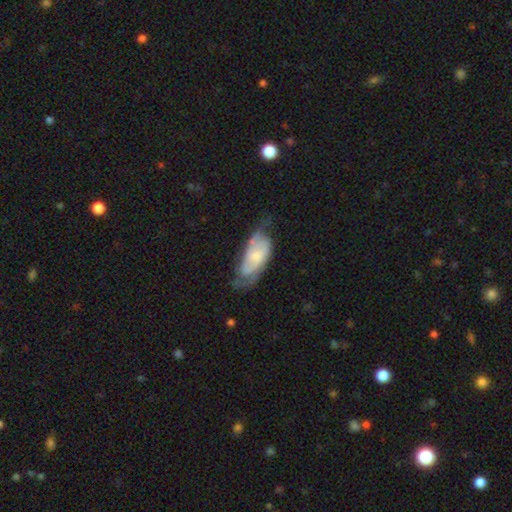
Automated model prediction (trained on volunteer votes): smooth-or-featured: featured or disk: 68% | smooth: 26% | star or artifact: 6%
  disk-edge-on: no: 93% | yes: 7%
    bar: no: 61% | weak: 31% | strong: 8%
    has-spiral-arms: yes: 87% | no: 13%
      spiral-winding: medium: 44% | tight: 32% | loose: 23%
      spiral-arm-count: 2: 68% | can't tell: 20% | 3: 5% | 1: 4% | 4: 2% | more than 4: 2%
    bulge-size: small: 52% | moderate: 33% | none: 8% | large: 5% | dominant: 1%
  merging: none: 51% | minor disturbance: 28% | major disturbance: 18% | merger: 2%